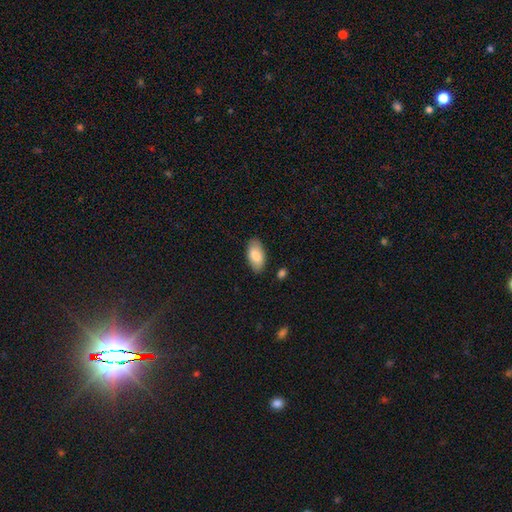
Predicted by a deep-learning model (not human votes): The model was most divided on "merging": none: 84%, minor disturbance: 12%, major disturbance: 3%, merger: 2%. More confident: how rounded — in between (94%); smooth or featured — smooth (85%).